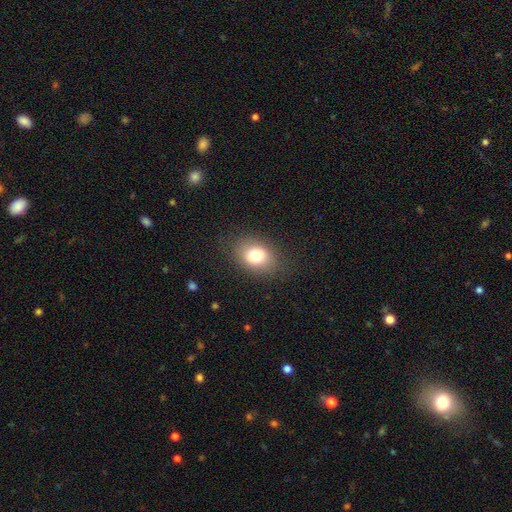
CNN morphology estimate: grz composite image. It shows a smooth galaxy with no disk features (78%) that is in between round and cigar-shaped (65%). Merging: none (83%).